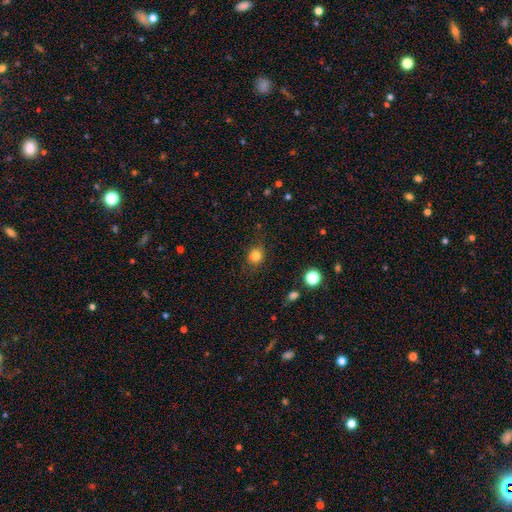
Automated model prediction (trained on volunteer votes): Morphology: type=smooth (81%); roundness=round (73%); merging=none (79%).